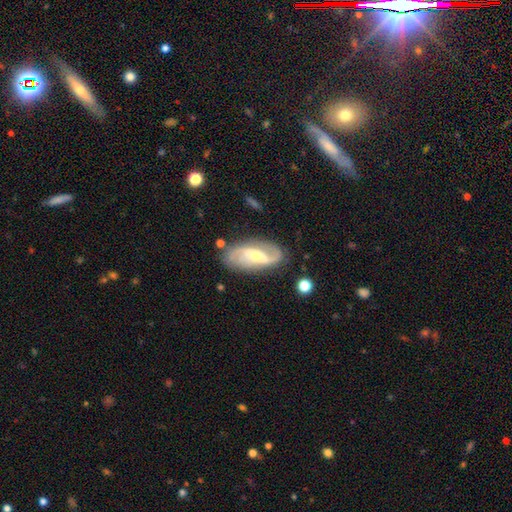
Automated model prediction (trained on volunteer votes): featured or disk 81%, smooth 13%, star or artifact 6%. Down the decision tree: edge-on disk — no (94%); bar — weak (45%); spiral arms — yes (93%); spiral arm count — 2 (82%); spiral winding — loose (46%); bulge size — moderate (51%); merging — none (75%).